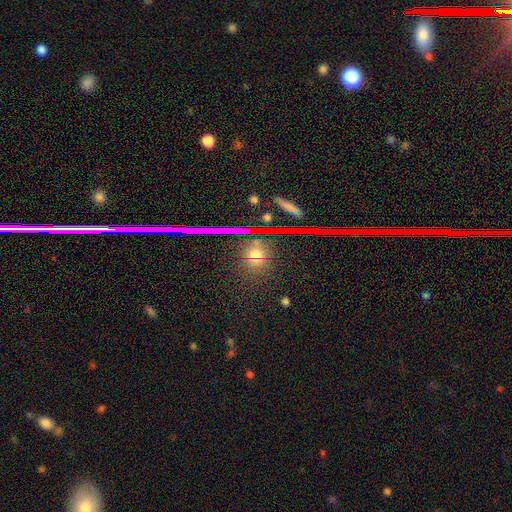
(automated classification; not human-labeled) smooth_or_featured: smooth (p=0.59) [alt: star or artifact p=0.31]
how_rounded: round (p=0.64) [alt: in between p=0.32]
merging: none (p=0.80) [alt: minor disturbance p=0.11]